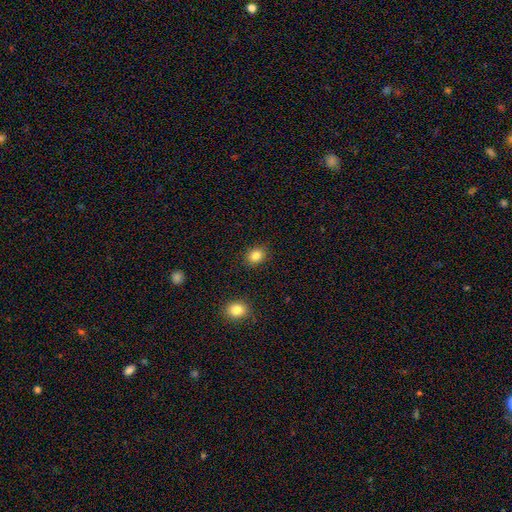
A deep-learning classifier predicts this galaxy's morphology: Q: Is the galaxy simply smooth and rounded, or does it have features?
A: smooth — 84%.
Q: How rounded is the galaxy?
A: round — 58%.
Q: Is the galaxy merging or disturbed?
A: none — 89%.